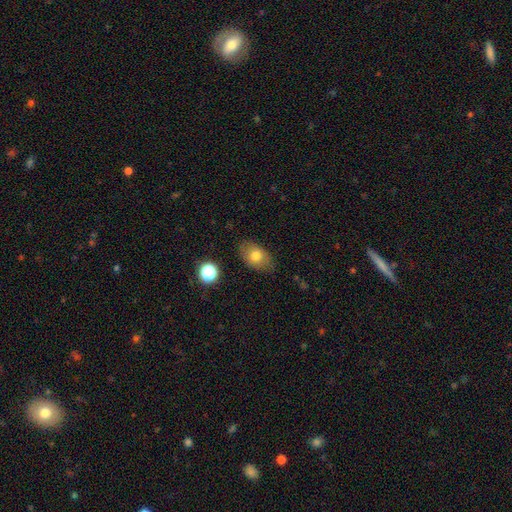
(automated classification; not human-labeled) This is likely a smooth galaxy (74%). How rounded: clearly in between (82%). Merging: likely none (78%).